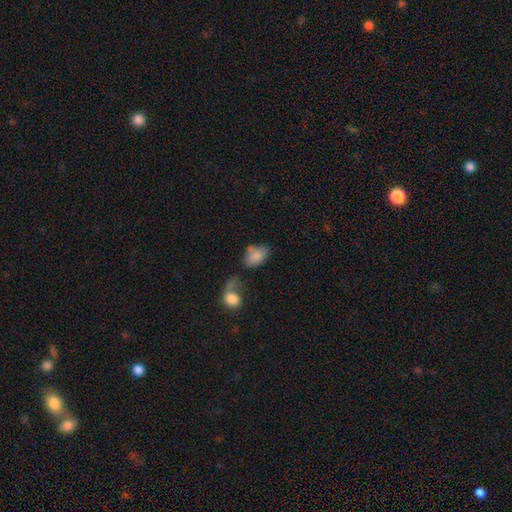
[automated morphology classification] Smooth or featured?
  - smooth: 82% *
  - featured or disk: 10%
  - star or artifact: 8%
How rounded?
  - in between: 89% *
  - round: 10%
  - cigar-shaped: 2%
Merging?
  - none: 39% *
  - merger: 27%
  - minor disturbance: 19%
  - major disturbance: 15%